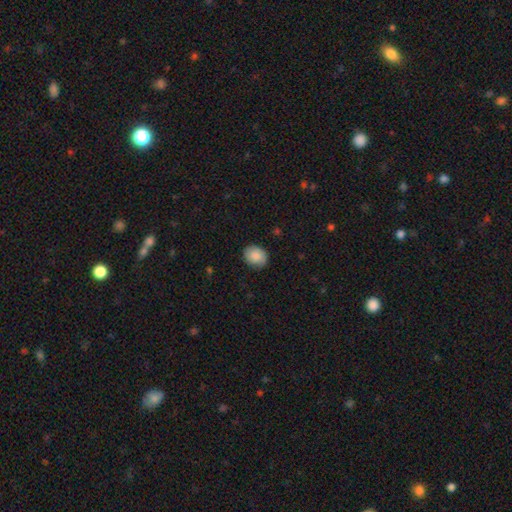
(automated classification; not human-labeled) smooth-or-featured: smooth: 88% | star or artifact: 7% | featured or disk: 6%
  how-rounded: round: 53% | in between: 46% | cigar-shaped: 1%
  merging: none: 84% | minor disturbance: 12% | major disturbance: 2% | merger: 1%